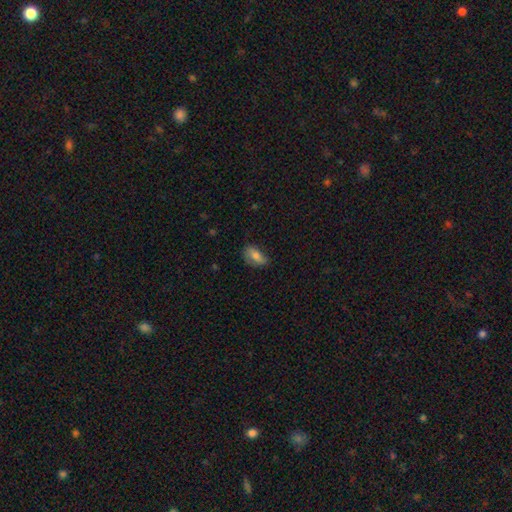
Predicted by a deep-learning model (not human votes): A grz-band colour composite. It shows a smooth galaxy with no disk features (63%) that is in between round and cigar-shaped (87%). Merging: none (64%).